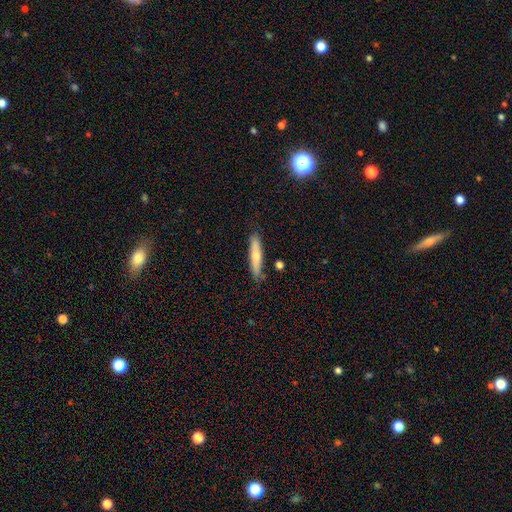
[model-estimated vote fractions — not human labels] This is possibly a smooth galaxy (53%). How rounded: clearly cigar-shaped (87%). Merging: clearly none (83%).